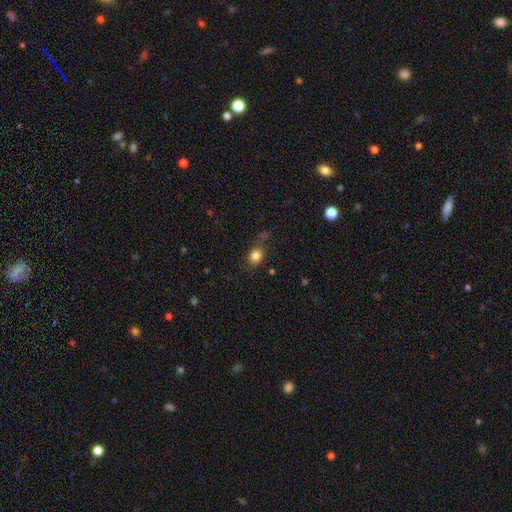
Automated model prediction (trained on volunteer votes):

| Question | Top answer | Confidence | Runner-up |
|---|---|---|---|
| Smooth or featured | smooth | 82% | star or artifact (11%) |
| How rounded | round | 53% | in between (45%) |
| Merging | none | 70% | minor disturbance (18%) |